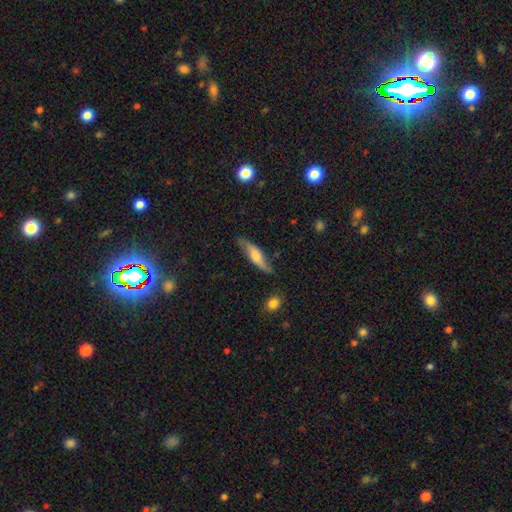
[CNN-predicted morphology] A featured or disk galaxy (54%) viewed edge-on (63%). Merging: none (76%).